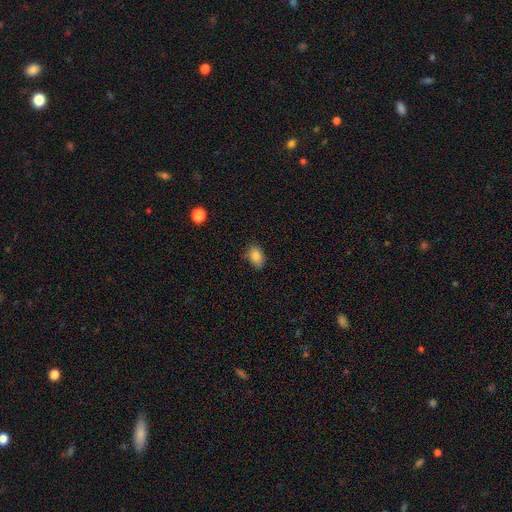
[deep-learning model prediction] The model was most divided on "merging": none: 80%, minor disturbance: 16%, major disturbance: 3%, merger: 1%. More confident: smooth or featured — smooth (85%); how rounded — in between (83%).